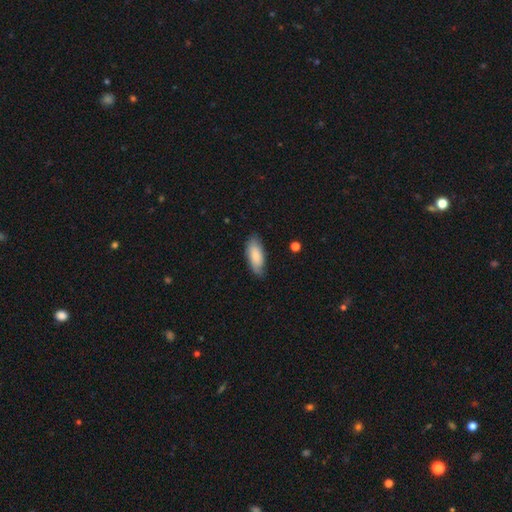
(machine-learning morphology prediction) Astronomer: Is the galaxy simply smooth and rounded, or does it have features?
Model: smooth — 78%.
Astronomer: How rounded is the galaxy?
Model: in between — 81%.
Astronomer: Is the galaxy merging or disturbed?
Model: none — 73%.